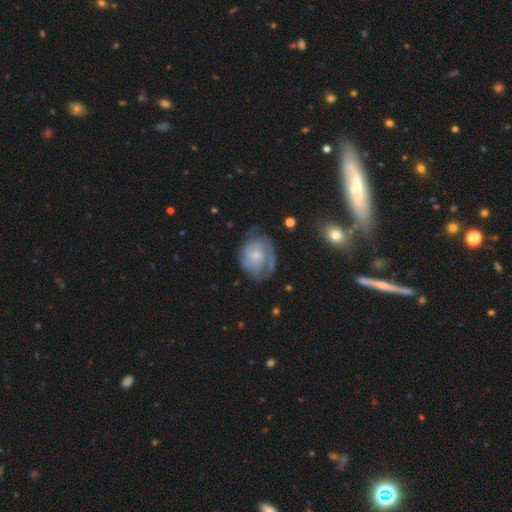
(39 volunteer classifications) Smooth or featured? featured or disk (54%)
Edge-on disk? no (100%)
Bar? no (90%)
Spiral arms? yes (67%)
Spiral winding? tight (64%)
Spiral arm count? can't tell (50%)
Bulge size? small (62%)
Merging? none (73%)